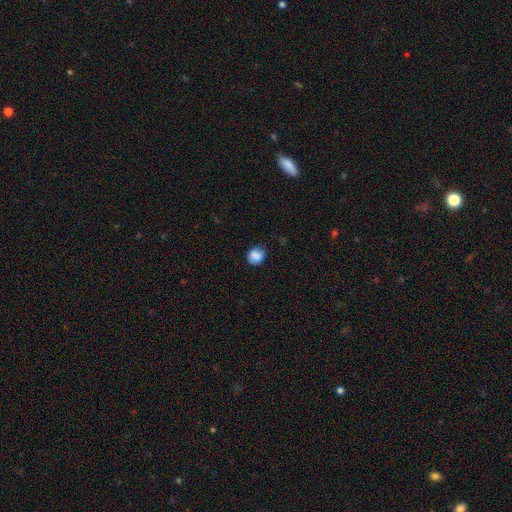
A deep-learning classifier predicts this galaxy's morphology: This appears to be a smooth galaxy with no disk features (83%) that is round (77%). Merging: none (79%).